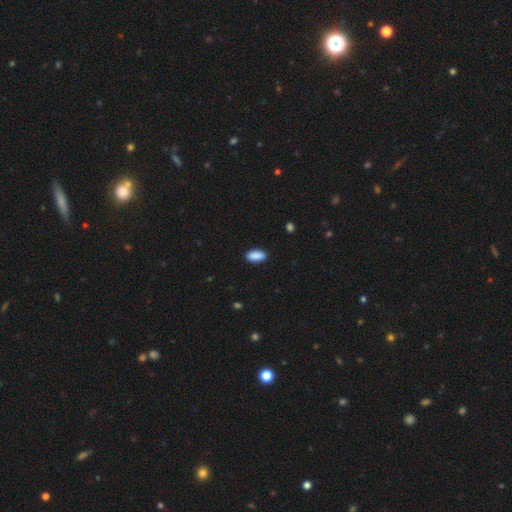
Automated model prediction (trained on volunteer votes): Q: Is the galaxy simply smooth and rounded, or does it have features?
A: smooth — 90%.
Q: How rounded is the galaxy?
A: in between — 89%.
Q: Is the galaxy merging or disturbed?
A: none — 89%.